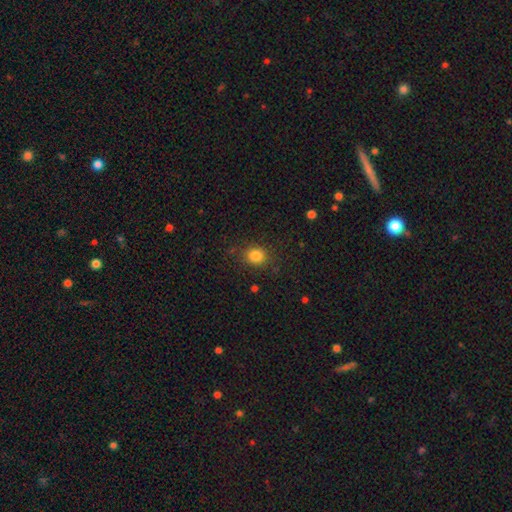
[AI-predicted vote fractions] Q: Smooth or featured?
A: smooth (83%); runner-up: star or artifact (12%)
Q: How rounded?
A: round (72%); runner-up: in between (27%)
Q: Merging?
A: none (83%); runner-up: minor disturbance (12%)